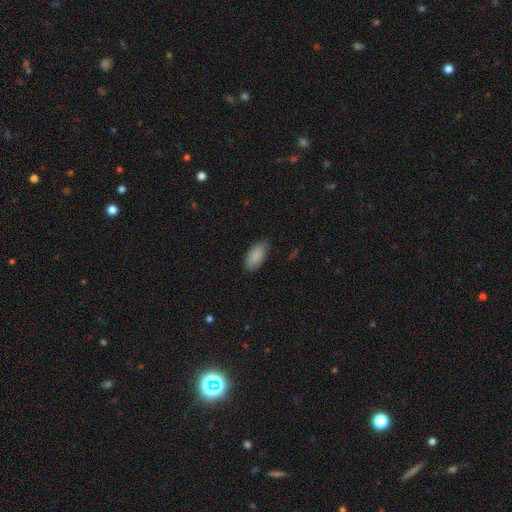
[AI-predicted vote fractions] This is clearly a smooth galaxy (87%). How rounded: clearly in between (92%). Merging: likely none (78%).